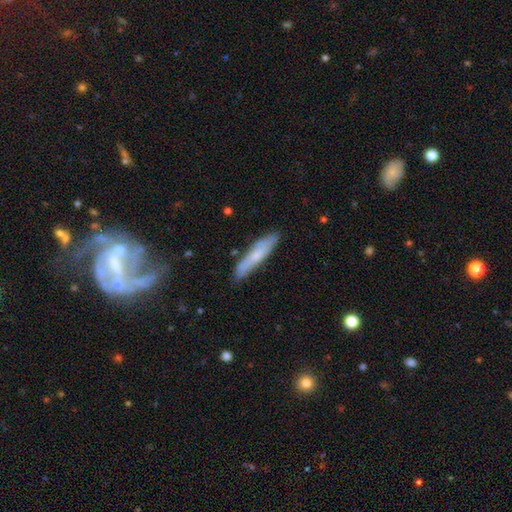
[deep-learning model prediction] Smooth or featured? smooth (62%)
How rounded? cigar-shaped (87%)
Merging? none (83%)